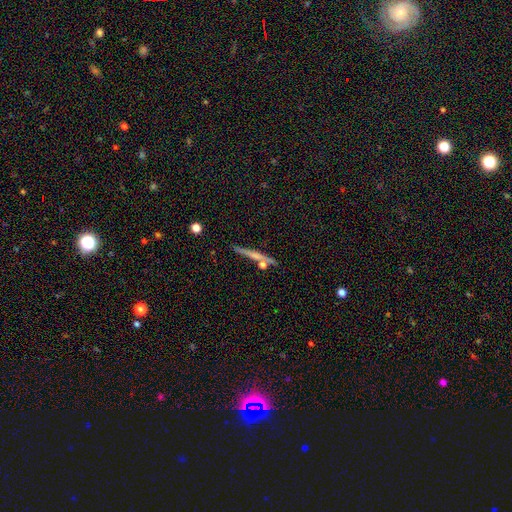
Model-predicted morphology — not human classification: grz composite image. It shows a featured or disk galaxy (50%) viewed edge-on (96%). Merging: none (80%).